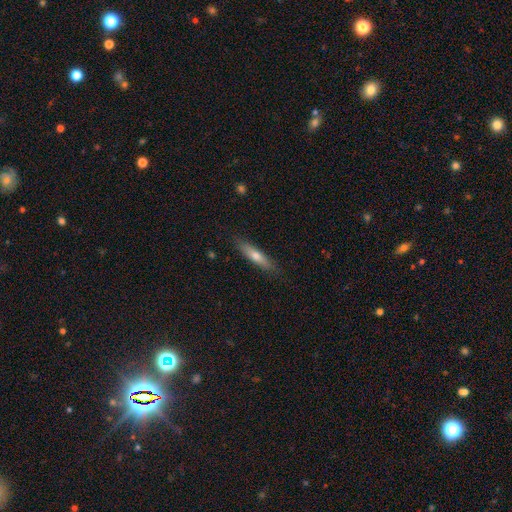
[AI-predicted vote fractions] Smooth or featured? Predicted: smooth (p=0.63). How rounded? Predicted: cigar-shaped (p=0.80). Merging? Predicted: none (p=0.85).